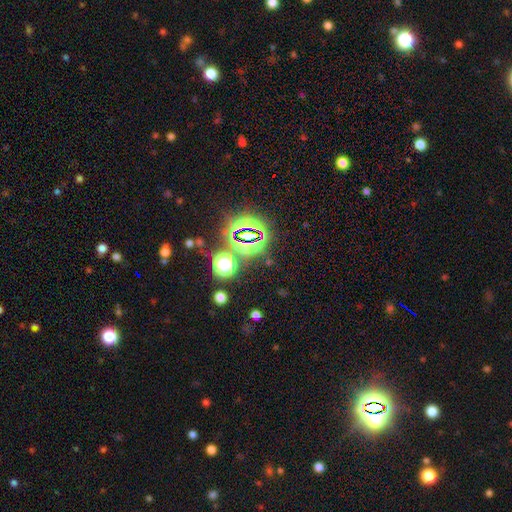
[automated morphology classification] This is clearly a star or artifact rather than a galaxy (80%).